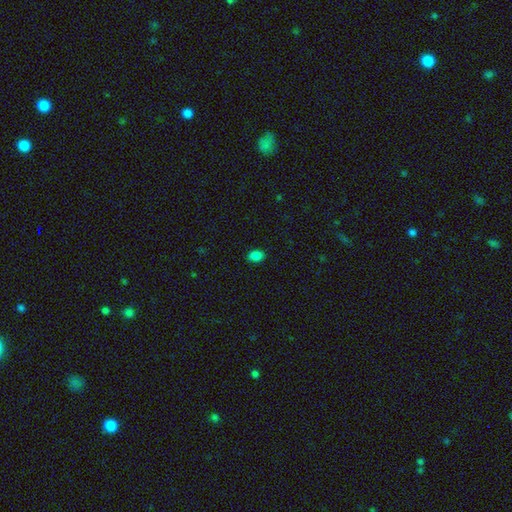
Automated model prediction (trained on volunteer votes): Smooth or featured? Predicted: smooth (p=0.85). How rounded? Predicted: in between (p=0.77). Merging? Predicted: none (p=0.89).